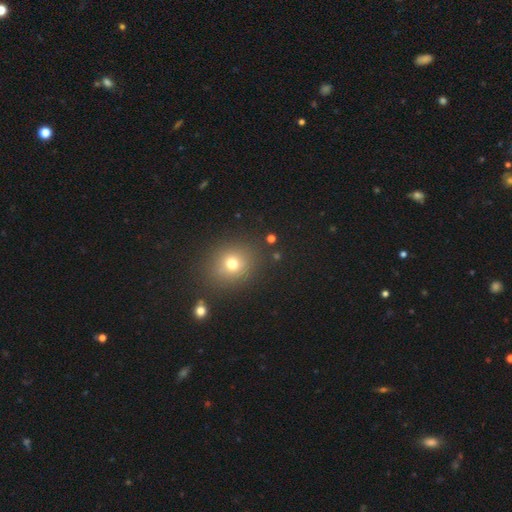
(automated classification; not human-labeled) The model was most divided on "smooth or featured": smooth: 63%, star or artifact: 30%, featured or disk: 8%. More confident: merging — none (89%); how rounded — round (78%).